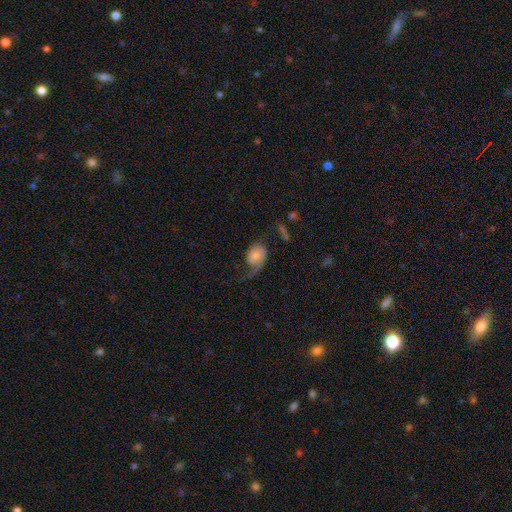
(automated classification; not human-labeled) Morphology: type=featured or disk (50%); merging=major disturbance (44%).